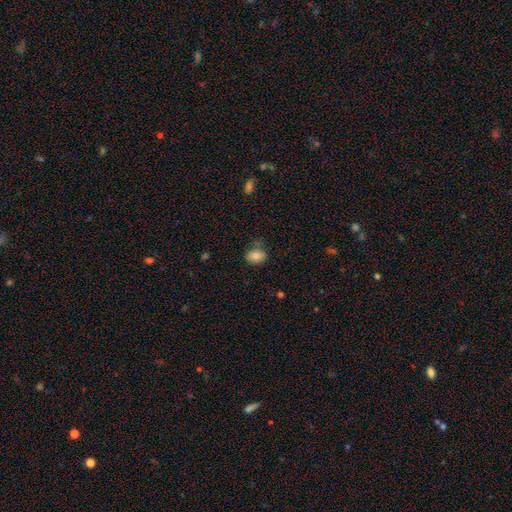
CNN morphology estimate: The model was most divided on "how rounded": in between: 68%, round: 30%, cigar-shaped: 1%. More confident: smooth or featured — smooth (82%); merging — none (69%).